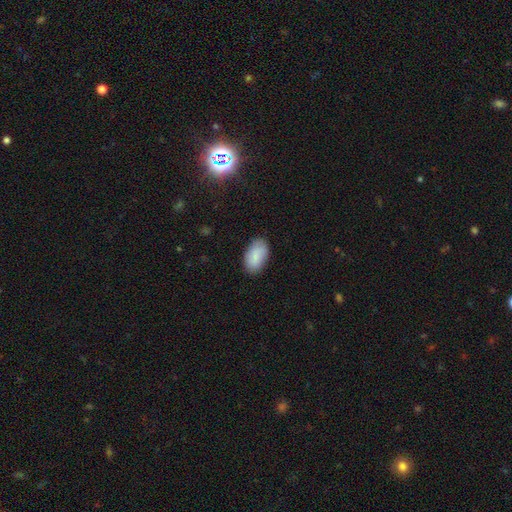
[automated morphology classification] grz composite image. It shows a smooth galaxy with no disk features (88%) that is in between round and cigar-shaped (94%). Merging: none (84%).